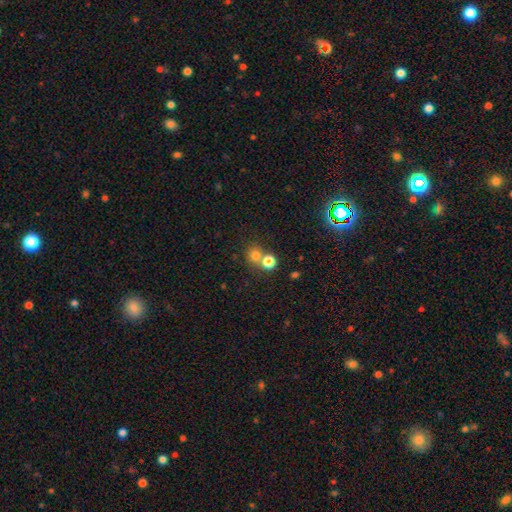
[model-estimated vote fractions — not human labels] Morphology: type=smooth (75%); roundness=round (84%); merging=none (55%).